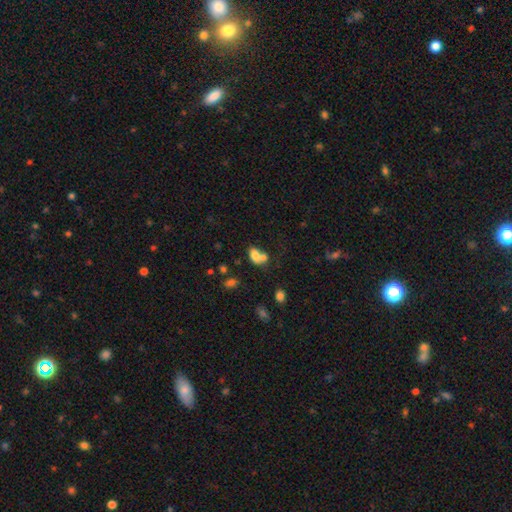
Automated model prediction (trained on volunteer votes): A smooth galaxy with no disk features (74%) that is in between round and cigar-shaped (81%).

Vote fractions:
- Smooth or featured? smooth: 74% / featured or disk: 15% / star or artifact: 11%
- How rounded? in between: 81% / round: 17% / cigar-shaped: 2%
- Merging? merger: 55% / none: 28% / minor disturbance: 11% / major disturbance: 6%